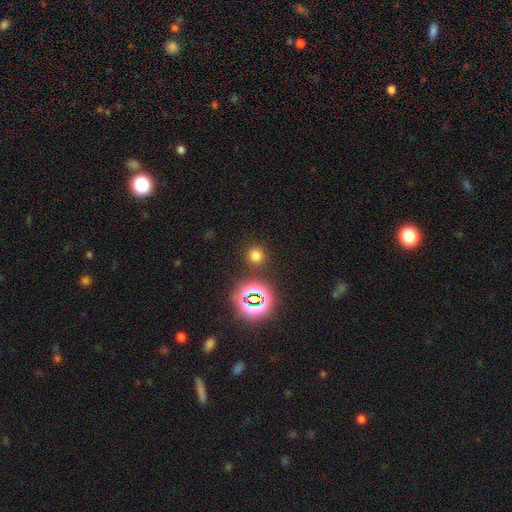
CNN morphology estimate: type=smooth (68%); roundness=round (93%); merging=none (87%).